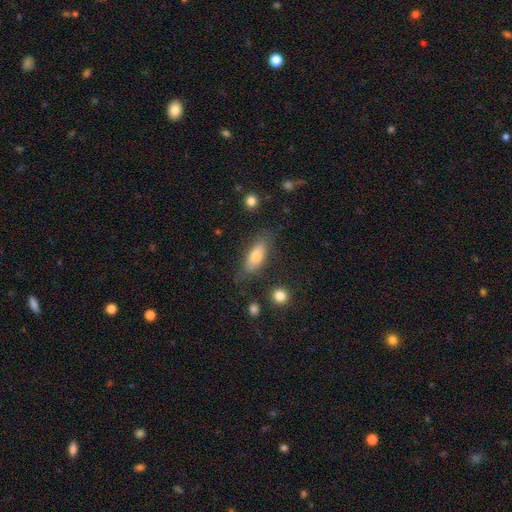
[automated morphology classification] Smooth or featured? Predicted: smooth (p=0.74). How rounded? Predicted: in between (p=0.69). Merging? Predicted: none (p=0.71).